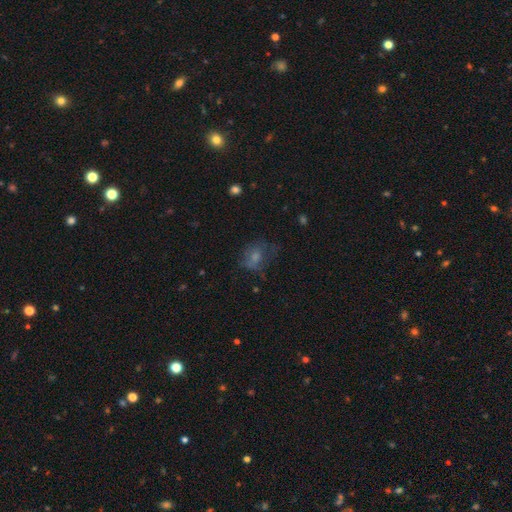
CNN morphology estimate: This is possibly a smooth galaxy (50%). Merging: possibly none (55%).